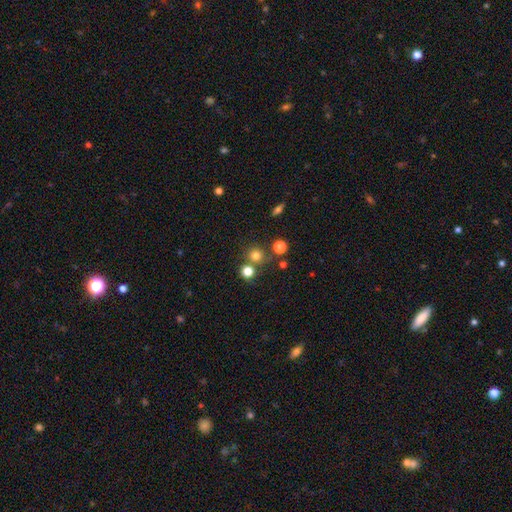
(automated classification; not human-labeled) Smooth or featured: smooth — 74% (star or artifact — 18%)
How rounded: round — 90% (in between — 9%)
Merging: none — 71% (merger — 17%)